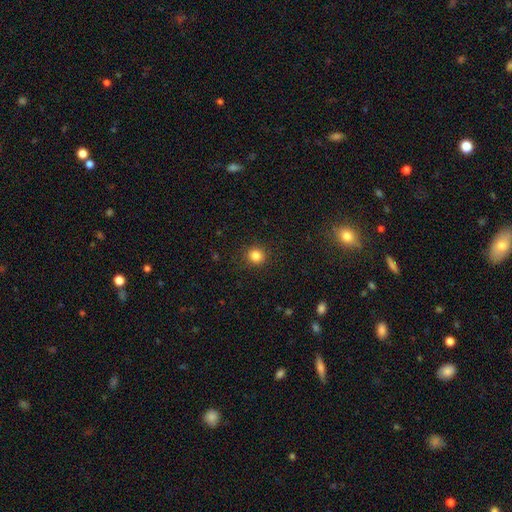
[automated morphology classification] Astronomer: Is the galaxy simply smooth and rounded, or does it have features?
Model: smooth — 84%.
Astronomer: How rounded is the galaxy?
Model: round — 90%.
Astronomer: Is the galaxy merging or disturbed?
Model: none — 90%.